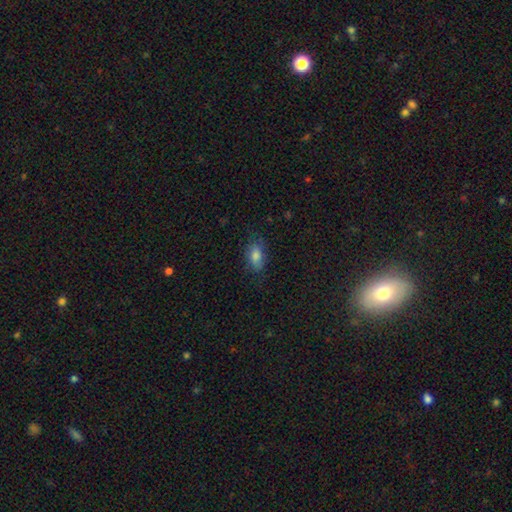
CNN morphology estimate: smooth_or_featured: smooth (p=0.75) [alt: featured or disk p=0.15]
how_rounded: in between (p=0.88) [alt: round p=0.07]
merging: none (p=0.73) [alt: minor disturbance p=0.20]